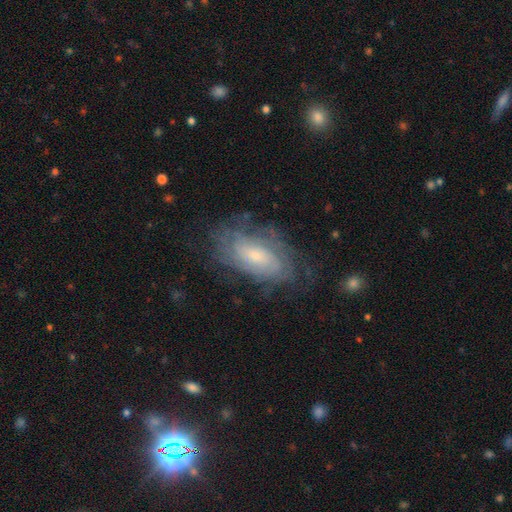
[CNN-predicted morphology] Smooth or featured? featured or disk (69%)
Edge-on disk? no (93%)
Bar? no (64%)
Spiral arms? yes (84%)
Spiral winding? tight (63%)
Spiral arm count? can't tell (63%)
Bulge size? small (54%)
Merging? none (68%)